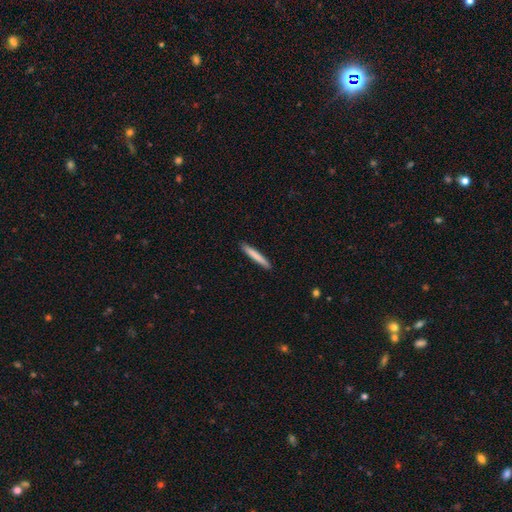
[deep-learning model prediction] Q: Smooth or featured?
A: smooth (80%); runner-up: featured or disk (15%)
Q: How rounded?
A: cigar-shaped (96%); runner-up: in between (3%)
Q: Merging?
A: none (92%); runner-up: minor disturbance (6%)